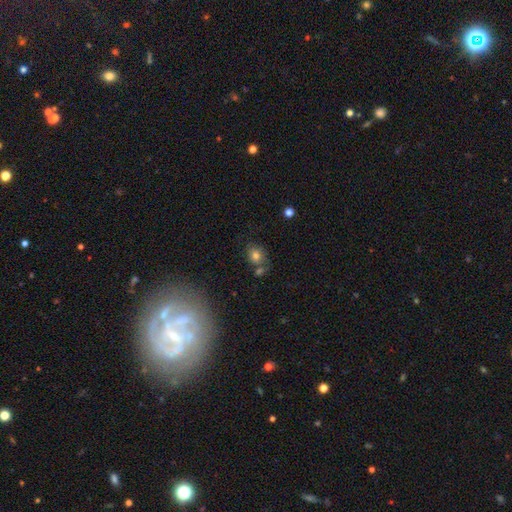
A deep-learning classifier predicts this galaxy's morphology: The model was most divided on "how rounded": round: 61%, in between: 38%, cigar-shaped: 1%. More confident: smooth or featured — smooth (74%); merging — none (60%).